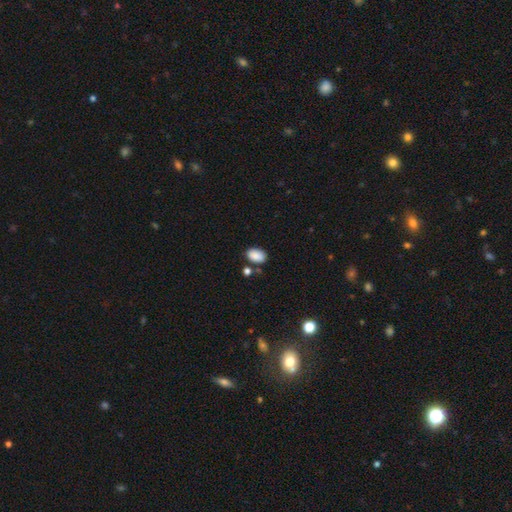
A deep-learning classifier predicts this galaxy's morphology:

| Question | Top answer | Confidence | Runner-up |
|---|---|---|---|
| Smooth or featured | smooth | 88% | star or artifact (8%) |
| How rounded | in between | 89% | round (10%) |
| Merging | none | 75% | minor disturbance (13%) |